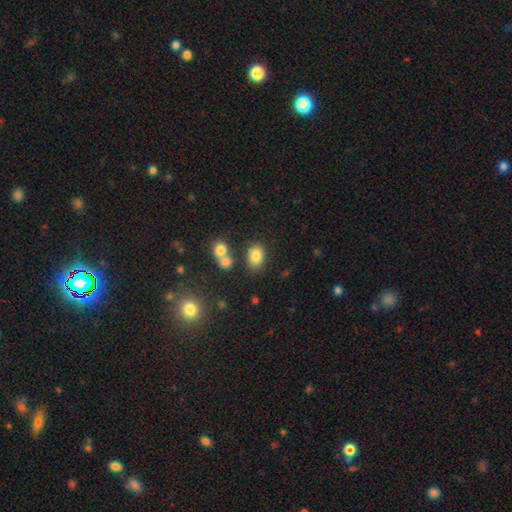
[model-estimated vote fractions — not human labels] Smooth or featured?
  - smooth: 82% *
  - star or artifact: 10%
  - featured or disk: 8%
How rounded?
  - in between: 73% *
  - round: 25%
  - cigar-shaped: 1%
Merging?
  - none: 71% *
  - merger: 14%
  - minor disturbance: 11%
  - major disturbance: 4%